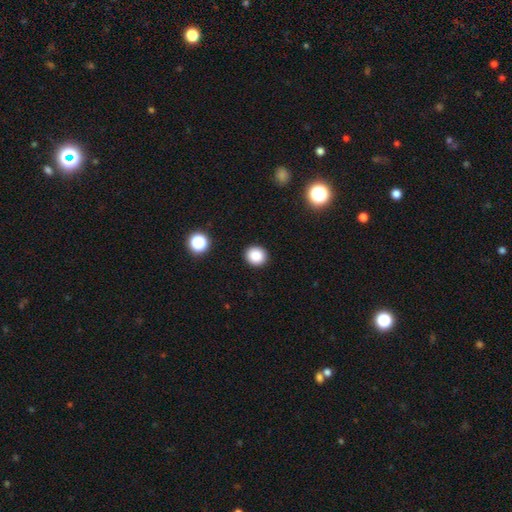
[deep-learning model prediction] Smooth or featured? Predicted: smooth (p=0.86). How rounded? Predicted: round (p=0.85). Merging? Predicted: none (p=0.92).